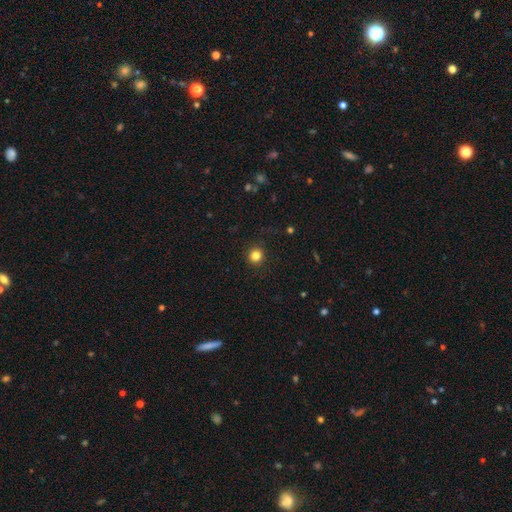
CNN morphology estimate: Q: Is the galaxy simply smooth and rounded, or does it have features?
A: smooth — 82%.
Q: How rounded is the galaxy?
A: round — 93%.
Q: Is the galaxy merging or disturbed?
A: none — 91%.